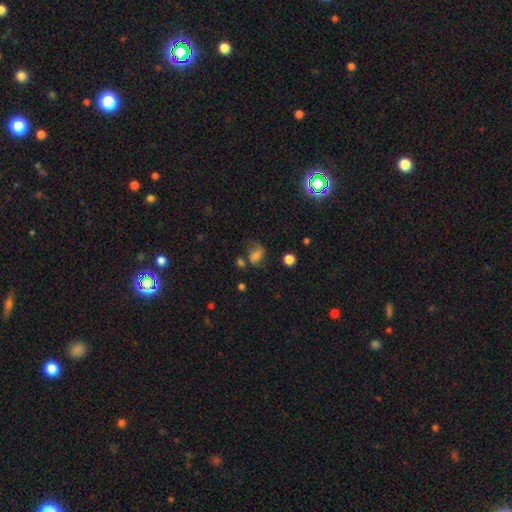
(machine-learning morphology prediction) Q: Smooth or featured?
A: smooth (57%); runner-up: featured or disk (27%)
Q: How rounded?
A: in between (69%); runner-up: round (29%)
Q: Merging?
A: none (38%); runner-up: major disturbance (26%)